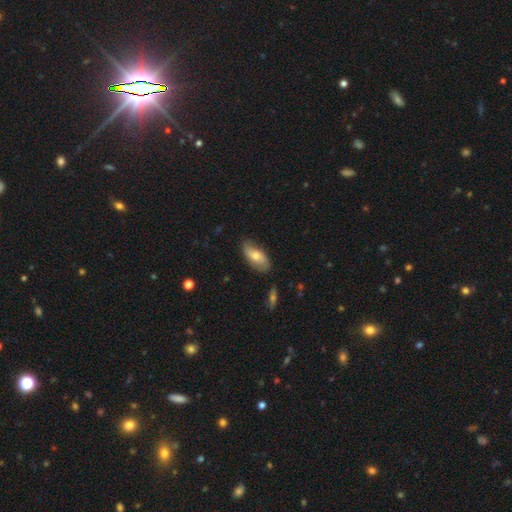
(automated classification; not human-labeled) A smooth galaxy with no disk features (60%) that is in between round and cigar-shaped (88%).

Vote fractions:
- Smooth or featured? smooth: 60% / featured or disk: 33% / star or artifact: 7%
- How rounded? in between: 88% / cigar-shaped: 9% / round: 3%
- Merging? none: 76% / minor disturbance: 19% / major disturbance: 3% / merger: 2%